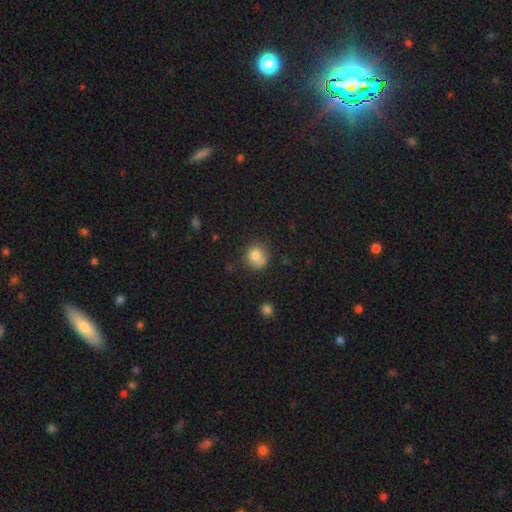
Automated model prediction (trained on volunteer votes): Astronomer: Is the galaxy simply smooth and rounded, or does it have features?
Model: smooth — 79%.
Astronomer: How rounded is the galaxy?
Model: round — 83%.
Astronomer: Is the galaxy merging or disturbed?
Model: none — 56%.